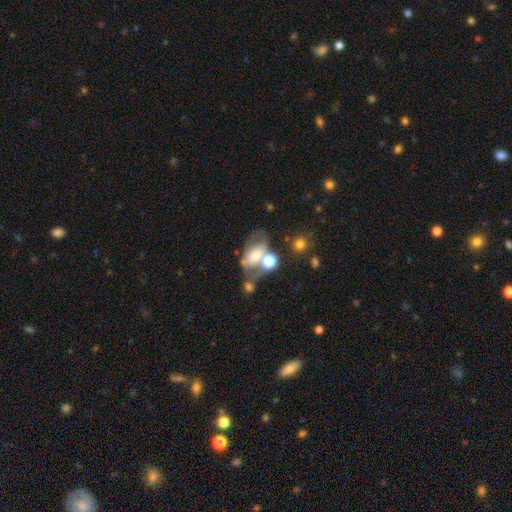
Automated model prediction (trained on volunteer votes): Smooth or featured? smooth (45%)
Merging? merger (33%)